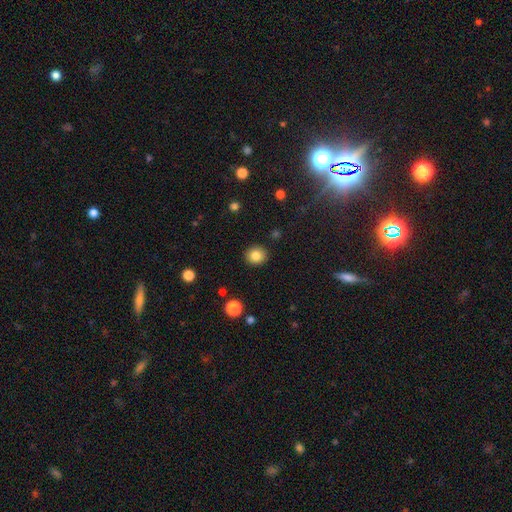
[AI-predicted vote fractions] The model was most divided on "how rounded": round: 84%, in between: 15%, cigar-shaped: 1%. More confident: merging — none (91%); smooth or featured — smooth (84%).